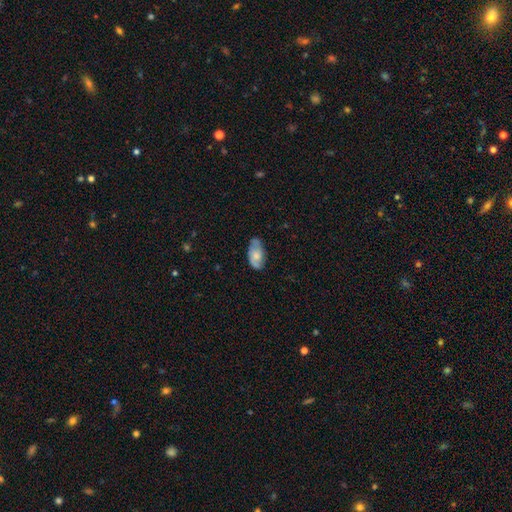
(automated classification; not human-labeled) Smooth or featured: smooth — 59% (featured or disk — 34%)
How rounded: in between — 93% (round — 4%)
Merging: none — 65% (minor disturbance — 28%)